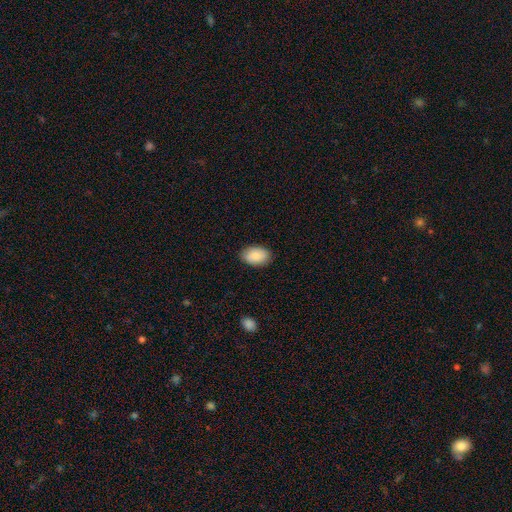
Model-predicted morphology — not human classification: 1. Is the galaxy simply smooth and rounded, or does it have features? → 89% smooth, 6% star or artifact, 5% featured or disk.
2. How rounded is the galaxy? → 89% in between, 9% round, 1% cigar-shaped.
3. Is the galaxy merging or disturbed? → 88% none, 9% minor disturbance, 2% major disturbance, 1% merger.